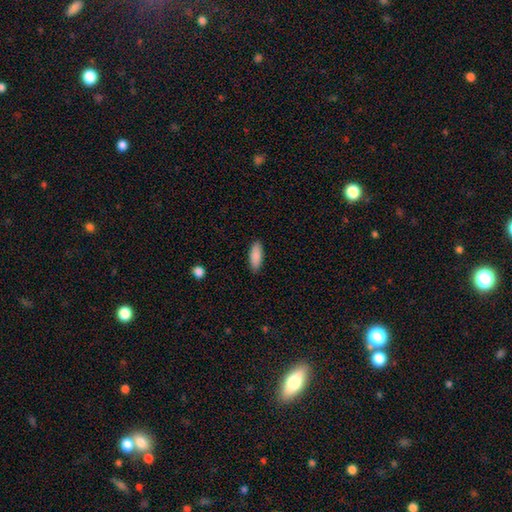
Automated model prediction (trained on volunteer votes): Overall: smooth (89%). How rounded: in between (70%). Merging: none (88%).